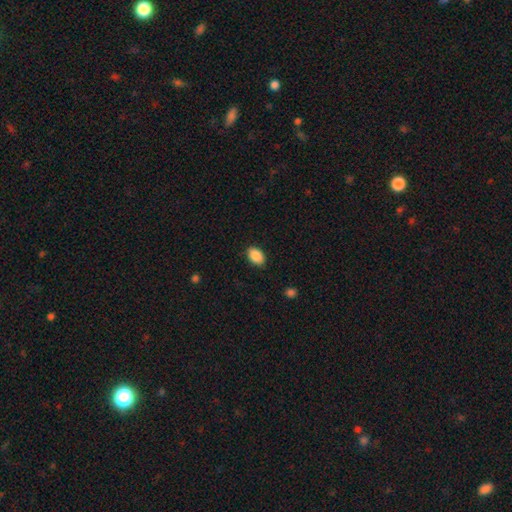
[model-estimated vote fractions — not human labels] Smooth or featured? smooth (90%)
How rounded? in between (87%)
Merging? none (87%)